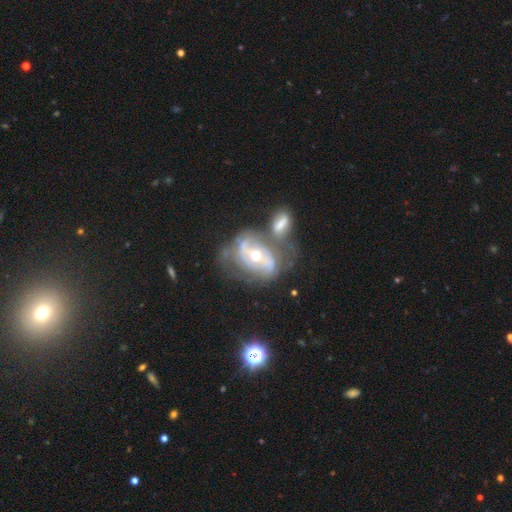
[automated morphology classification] smooth_or_featured: featured or disk (p=0.80) [alt: smooth p=0.13]
disk_edge_on: no (p=0.96) [alt: yes p=0.04]
bar: no (p=0.52) [alt: weak p=0.30]
has_spiral_arms: yes (p=0.80) [alt: no p=0.20]
spiral_winding: tight (p=0.41) [alt: medium p=0.39]
spiral_arm_count: 2 (p=0.59) [alt: can't tell p=0.25]
bulge_size: moderate (p=0.72) [alt: small p=0.20]
merging: none (p=0.34) [alt: merger p=0.31]